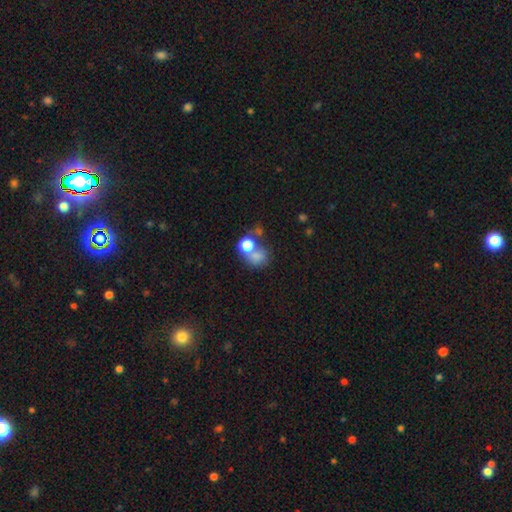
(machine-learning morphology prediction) Smooth or featured: smooth — 71% (star or artifact — 15%)
How rounded: round — 65% (in between — 34%)
Merging: merger — 46% (none — 33%)